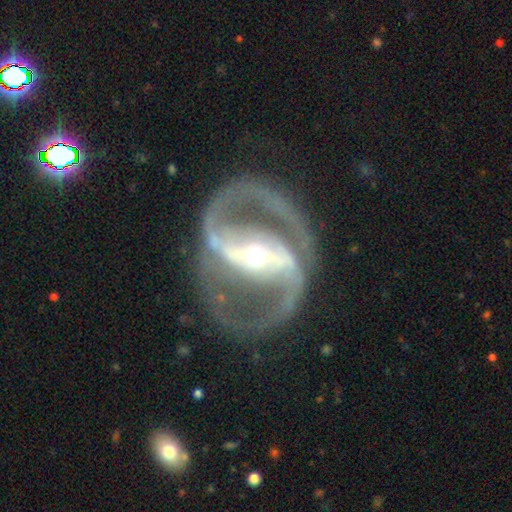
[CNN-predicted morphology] Smooth or featured?
  - featured or disk: 91% *
  - star or artifact: 5%
  - smooth: 4%
Edge-on disk?
  - no: 96% *
  - yes: 4%
Bar?
  - strong: 74% *
  - weak: 17%
  - no: 9%
Spiral arms?
  - yes: 92% *
  - no: 8%
Spiral winding?
  - medium: 58% *
  - tight: 23%
  - loose: 19%
Spiral arm count?
  - 2: 92% *
  - can't tell: 3%
  - 1: 2%
  - 3: 2%
  - 4: 1%
  - more than 4: 1%
Bulge size?
  - moderate: 50% *
  - small: 44%
  - large: 4%
  - dominant: 1%
  - none: 1%
Merging?
  - none: 78% *
  - minor disturbance: 11%
  - major disturbance: 9%
  - merger: 2%